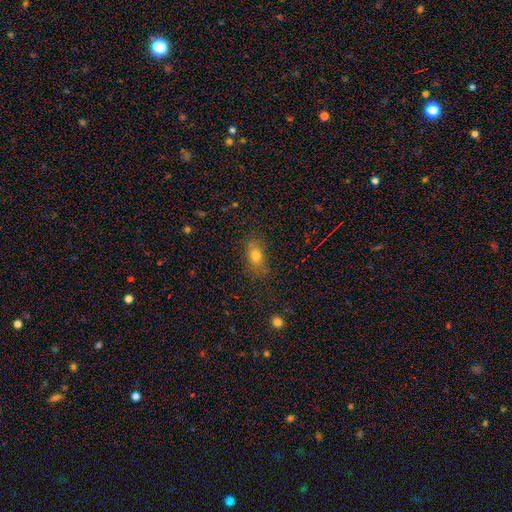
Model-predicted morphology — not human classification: The model was most divided on "how rounded": in between: 69%, round: 20%, cigar-shaped: 11%. More confident: merging — none (75%); smooth or featured — smooth (69%).